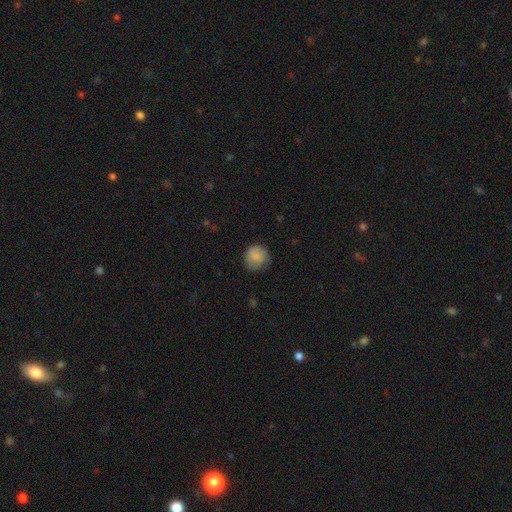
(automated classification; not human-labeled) smooth 79%, featured or disk 13%, star or artifact 8%. Down the decision tree: how rounded — round (88%); merging — none (70%).